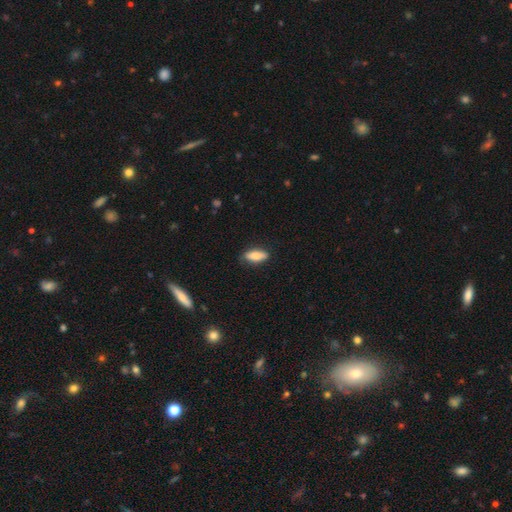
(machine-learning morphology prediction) Q: Smooth or featured?
A: smooth (80%); runner-up: featured or disk (14%)
Q: How rounded?
A: in between (72%); runner-up: cigar-shaped (25%)
Q: Merging?
A: none (81%); runner-up: minor disturbance (15%)